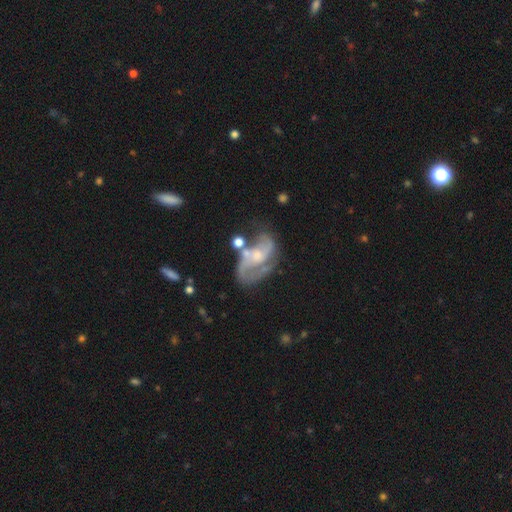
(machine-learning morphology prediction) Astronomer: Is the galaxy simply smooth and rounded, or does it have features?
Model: featured or disk — 83%.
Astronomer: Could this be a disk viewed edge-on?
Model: no — 97%.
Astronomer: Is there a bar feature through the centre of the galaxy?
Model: no — 55% (runner-up: weak, 35%).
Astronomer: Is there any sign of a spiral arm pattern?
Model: yes — 91%.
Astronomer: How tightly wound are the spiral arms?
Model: medium — 49% (runner-up: loose, 33%).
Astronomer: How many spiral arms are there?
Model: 2 — 79%.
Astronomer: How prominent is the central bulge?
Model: small — 53% (runner-up: moderate, 33%).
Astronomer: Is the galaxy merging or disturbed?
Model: none — 44% (runner-up: major disturbance, 21%).